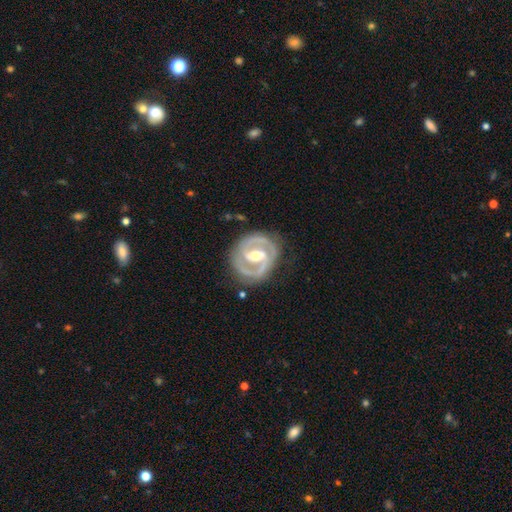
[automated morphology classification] A featured or disk galaxy (90%) with a strong bar (46%), 2 (90%) tight (58%) spiral arms (95%) and a moderate central bulge (69%). Merging: none (81%).